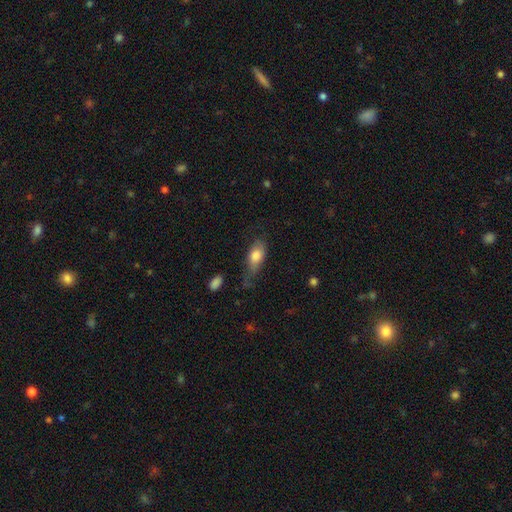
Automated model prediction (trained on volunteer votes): Smooth or featured? smooth (78%)
How rounded? in between (83%)
Merging? none (44%)